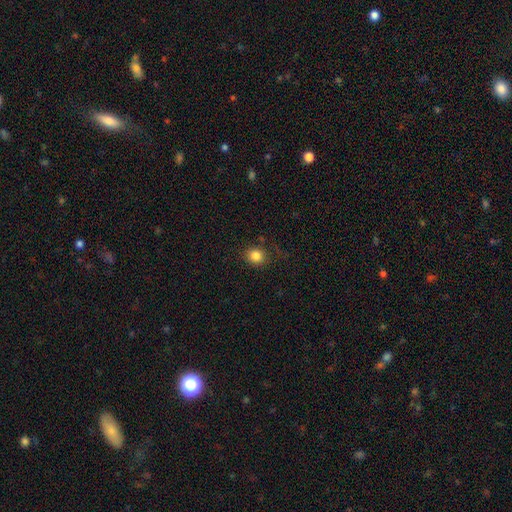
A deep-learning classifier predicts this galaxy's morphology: A smooth galaxy with no disk features (83%) that is round (76%).

Vote fractions:
- Smooth or featured? smooth: 83% / star or artifact: 11% / featured or disk: 5%
- How rounded? round: 76% / in between: 23% / cigar-shaped: 1%
- Merging? none: 83% / minor disturbance: 12% / major disturbance: 4% / merger: 2%